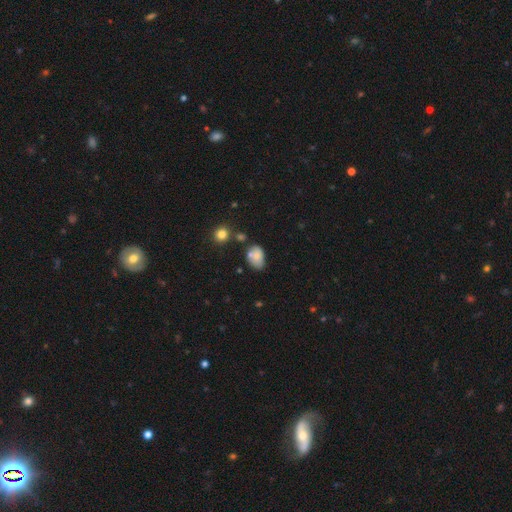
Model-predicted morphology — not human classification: Smooth or featured? smooth (74%)
How rounded? in between (83%)
Merging? none (44%)